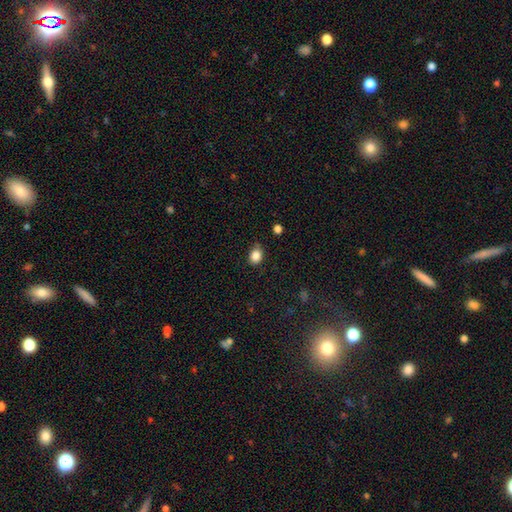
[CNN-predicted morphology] Q: Smooth or featured?
A: smooth (86%); runner-up: star or artifact (10%)
Q: How rounded?
A: in between (51%); runner-up: round (48%)
Q: Merging?
A: none (73%); runner-up: minor disturbance (21%)